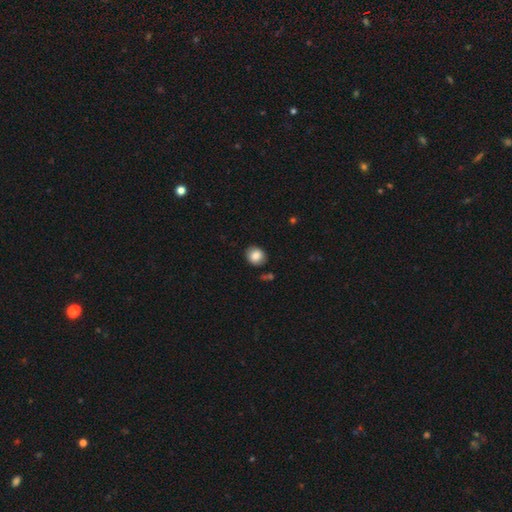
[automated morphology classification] A smooth galaxy with no disk features (85%) that is round (73%).

Vote fractions:
- Smooth or featured? smooth: 85% / star or artifact: 8% / featured or disk: 7%
- How rounded? round: 73% / in between: 26% / cigar-shaped: 1%
- Merging? none: 87% / minor disturbance: 9% / merger: 2% / major disturbance: 2%